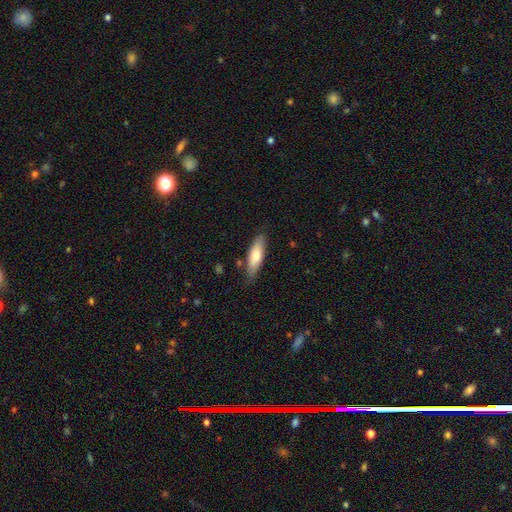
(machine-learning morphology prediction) The model was most divided on "how rounded": cigar-shaped: 52%, in between: 47%, round: 2%. More confident: merging — none (80%); smooth or featured — smooth (74%).